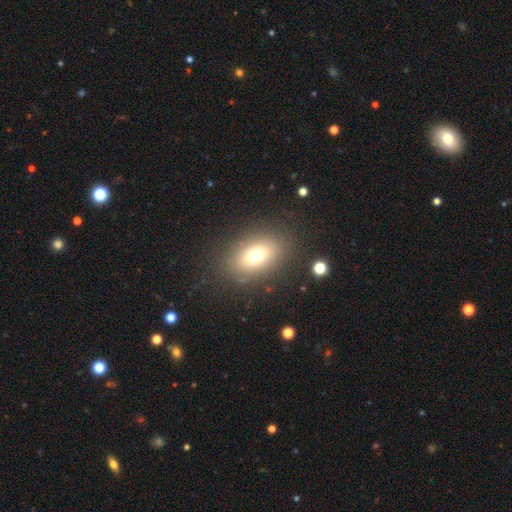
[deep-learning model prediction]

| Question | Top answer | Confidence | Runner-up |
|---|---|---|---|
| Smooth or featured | smooth | 72% | featured or disk (16%) |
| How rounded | in between | 81% | round (17%) |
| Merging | none | 83% | minor disturbance (10%) |